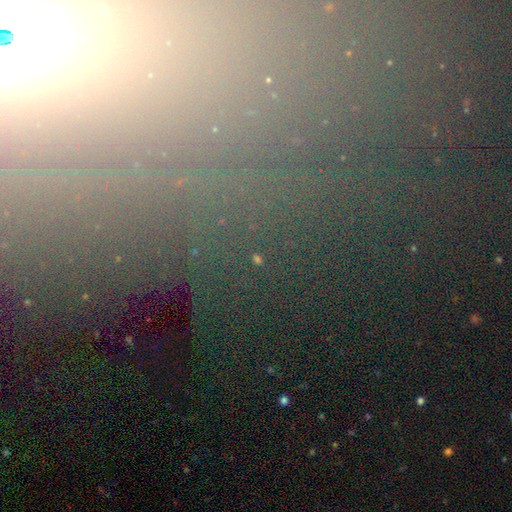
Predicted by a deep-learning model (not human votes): smooth-or-featured: star or artifact: 70% | smooth: 17% | featured or disk: 13%